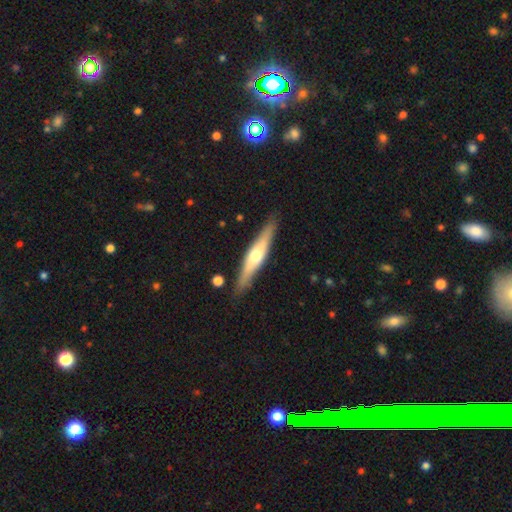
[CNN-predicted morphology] A featured or disk galaxy (60%) viewed edge-on (93%) with a rounded central bulge (89%).

Vote fractions:
- Smooth or featured? featured or disk: 60% / smooth: 35% / star or artifact: 5%
- Edge-on disk? yes: 93% / no: 7%
- Edge-on bulge? rounded: 89% / none: 6% / boxy: 5%
- Merging? none: 87% / minor disturbance: 9% / major disturbance: 2% / merger: 2%